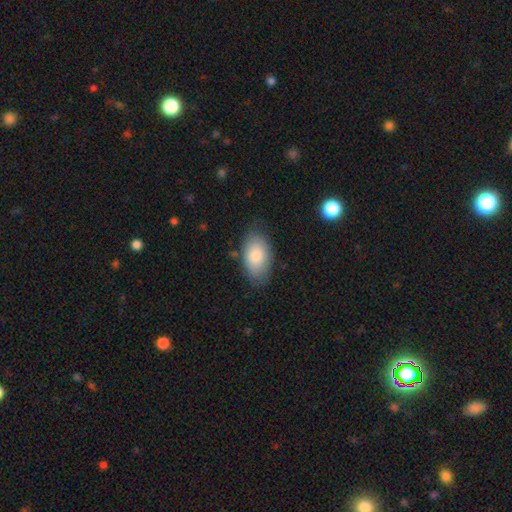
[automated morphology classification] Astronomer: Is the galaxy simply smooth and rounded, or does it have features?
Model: smooth — 82%.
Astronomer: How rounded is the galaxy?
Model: in between — 94%.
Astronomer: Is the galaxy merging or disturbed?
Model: none — 77%.